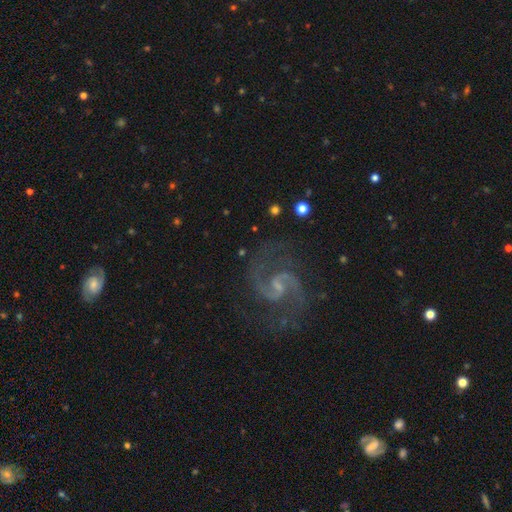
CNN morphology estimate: This is clearly a featured or disk galaxy (90%). It is clearly not viewed edge-on (98%). Bar: possibly weak (57%). Spiral arm pattern: clearly yes (98%). Spiral arm count: clearly 2 (94%). Spiral winding: likely medium (62%). Central bulge: likely small (60%). Merging: clearly none (81%).